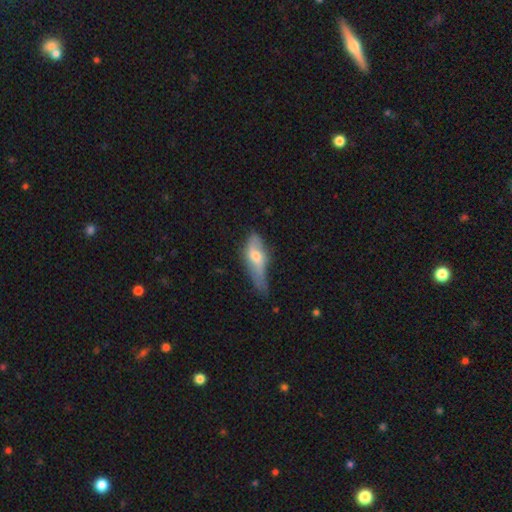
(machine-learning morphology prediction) type=smooth (49%); merging=minor disturbance (40%).